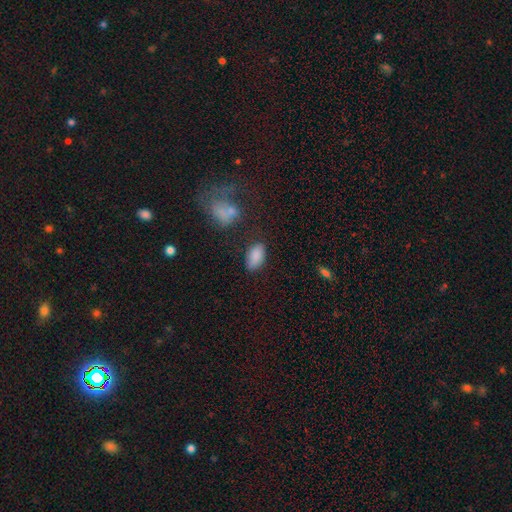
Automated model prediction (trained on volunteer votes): smooth 87%, star or artifact 8%, featured or disk 5%. Down the decision tree: how rounded — in between (94%); merging — none (75%).